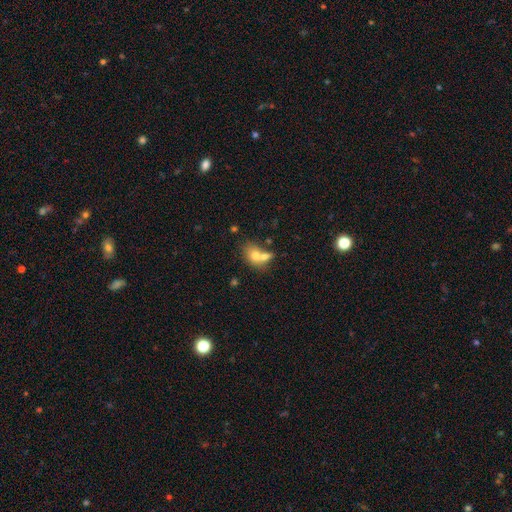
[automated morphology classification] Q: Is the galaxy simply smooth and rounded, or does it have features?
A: smooth — 71%.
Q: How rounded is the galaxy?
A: in between — 63%.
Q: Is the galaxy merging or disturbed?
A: merger — 57%.